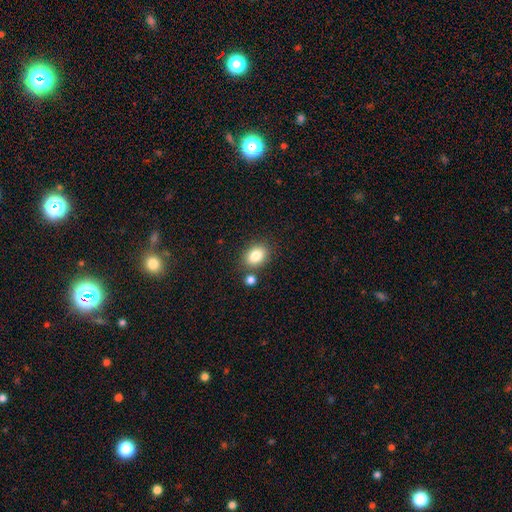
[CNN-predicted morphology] A smooth galaxy with no disk features (83%) that is in between round and cigar-shaped (69%).

Vote fractions:
- Smooth or featured? smooth: 83% / star or artifact: 9% / featured or disk: 7%
- How rounded? in between: 69% / round: 30% / cigar-shaped: 1%
- Merging? none: 75% / merger: 11% / minor disturbance: 11% / major disturbance: 3%